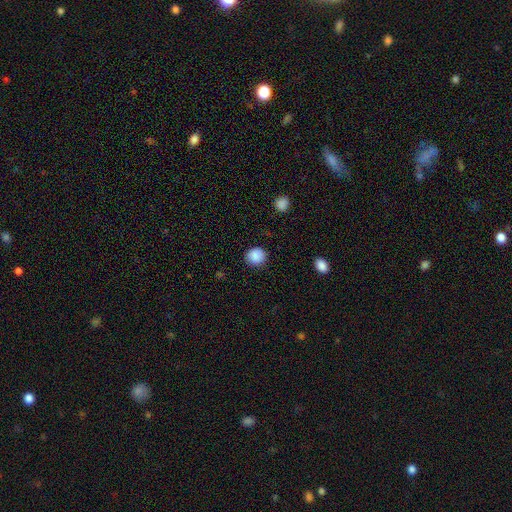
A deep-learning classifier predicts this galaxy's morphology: smooth_or_featured: smooth (p=0.88) [alt: star or artifact p=0.09]
how_rounded: round (p=0.87) [alt: in between p=0.12]
merging: none (p=0.86) [alt: minor disturbance p=0.10]